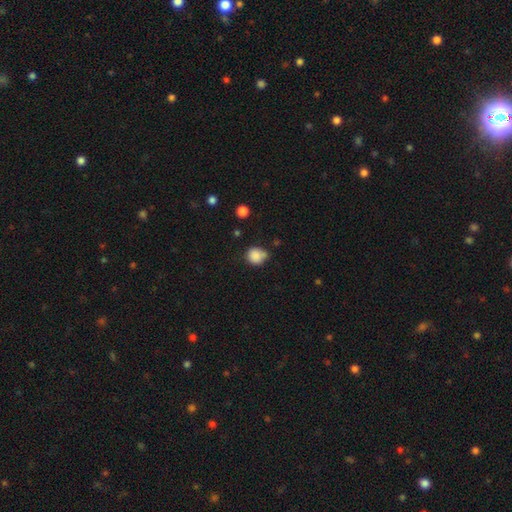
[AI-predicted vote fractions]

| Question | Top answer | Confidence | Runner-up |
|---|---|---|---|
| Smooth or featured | smooth | 85% | star or artifact (10%) |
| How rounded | round | 81% | in between (18%) |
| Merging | none | 56% | minor disturbance (29%) |